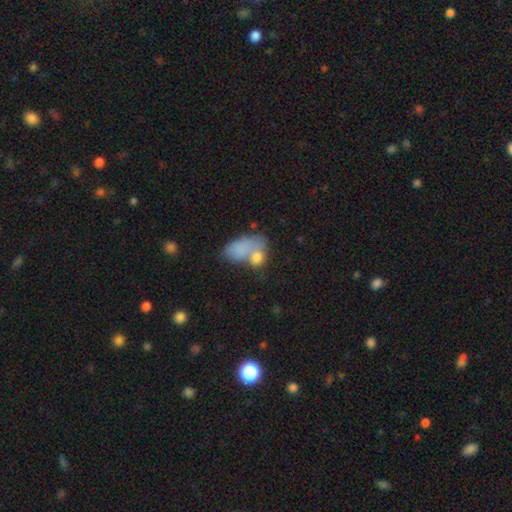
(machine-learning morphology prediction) This appears to be a smooth galaxy with no disk features (74%) that is in between round and cigar-shaped (78%). Merging: merger (48%).